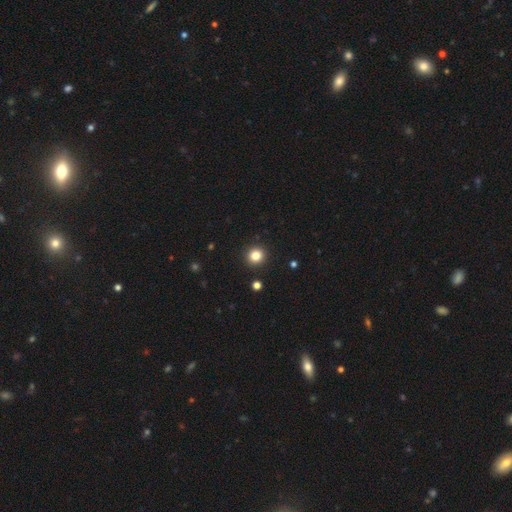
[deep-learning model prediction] Smooth or featured? Predicted: smooth (p=0.83). How rounded? Predicted: round (p=0.93). Merging? Predicted: none (p=0.92).